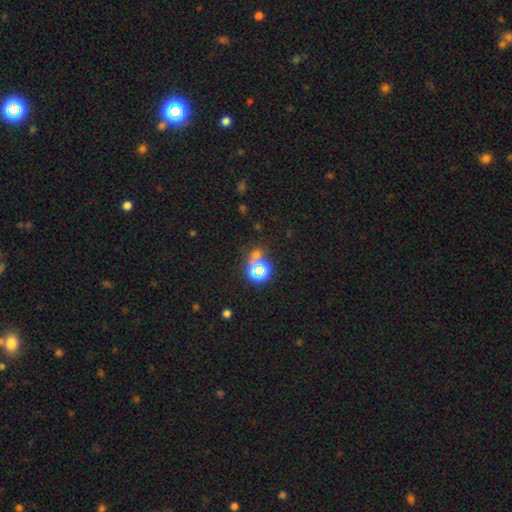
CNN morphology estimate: The model was most divided on "smooth or featured": star or artifact: 58%, smooth: 32%, featured or disk: 10%.